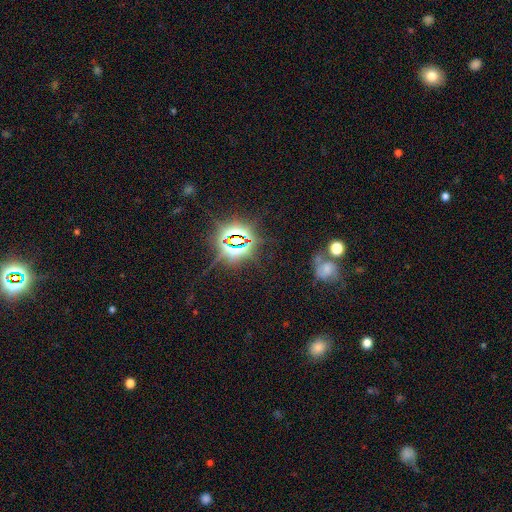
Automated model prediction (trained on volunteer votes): star or artifact 80%, smooth 13%, featured or disk 7%.